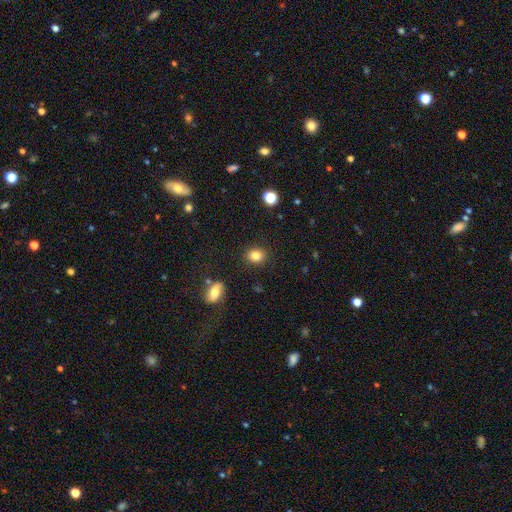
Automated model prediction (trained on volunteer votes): Smooth or featured? Predicted: smooth (p=0.84). How rounded? Predicted: round (p=0.57). Merging? Predicted: none (p=0.88).